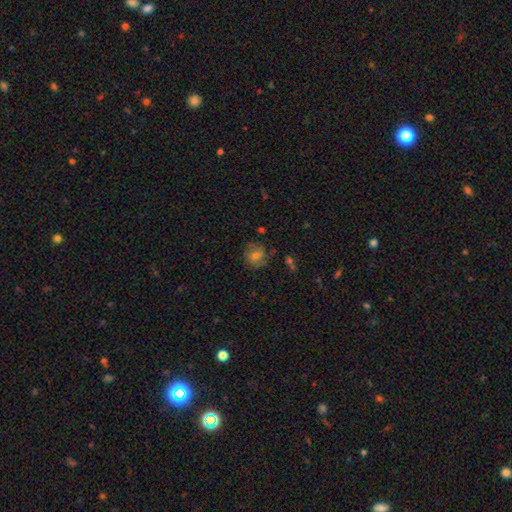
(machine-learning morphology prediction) This is possibly a smooth galaxy (56%). How rounded: clearly round (83%). Merging: likely none (76%).